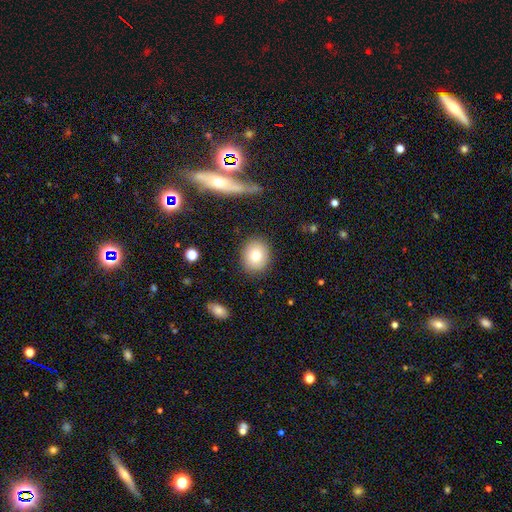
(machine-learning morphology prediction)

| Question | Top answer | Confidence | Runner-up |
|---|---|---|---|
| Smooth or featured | smooth | 79% | featured or disk (11%) |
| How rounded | round | 65% | in between (33%) |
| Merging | none | 87% | minor disturbance (9%) |